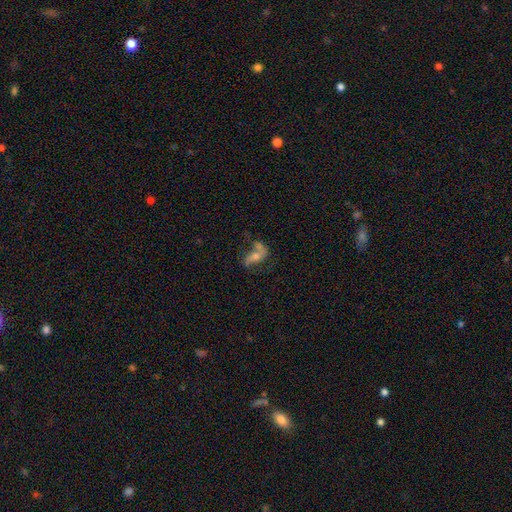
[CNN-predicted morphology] A featured or disk galaxy (67%) with no bar (54%), 2 (80%) loose (65%) spiral arms (82%) and a moderate central bulge (50%).

Vote fractions:
- Smooth or featured? featured or disk: 67% / smooth: 21% / star or artifact: 12%
- Edge-on disk? no: 92% / yes: 8%
- Bar? no: 54% / weak: 30% / strong: 16%
- Spiral arms? yes: 82% / no: 18%
- Spiral winding? loose: 65% / medium: 26% / tight: 9%
- Spiral arm count? 2: 80% / 1: 11% / can't tell: 6% / 3: 1% / 4: 1% / more than 4: 1%
- Bulge size? moderate: 50% / small: 36% / none: 7% / large: 6% / dominant: 2%
- Merging? none: 46% / major disturbance: 19% / minor disturbance: 18% / merger: 17%